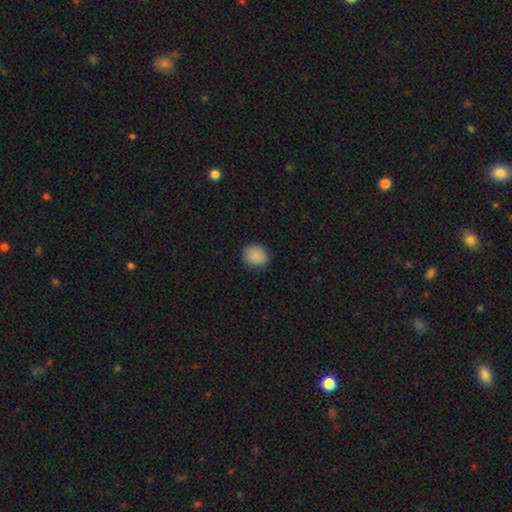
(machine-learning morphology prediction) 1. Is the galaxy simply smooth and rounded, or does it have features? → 88% smooth, 9% star or artifact, 4% featured or disk.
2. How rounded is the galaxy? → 73% round, 26% in between, 1% cigar-shaped.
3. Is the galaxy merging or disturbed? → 87% none, 10% minor disturbance, 2% major disturbance, 1% merger.